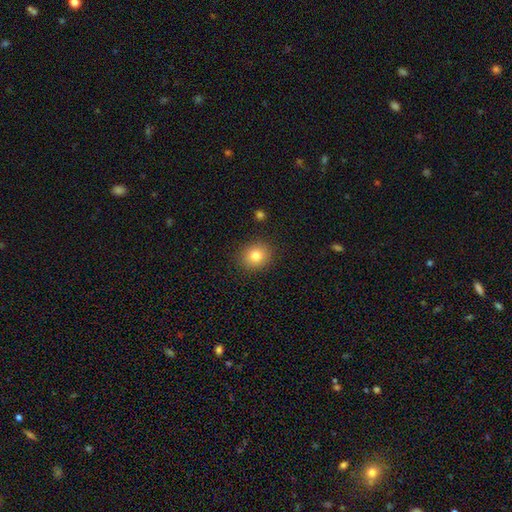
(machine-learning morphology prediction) A smooth galaxy with no disk features (82%) that is round (77%). Merging: none (89%).